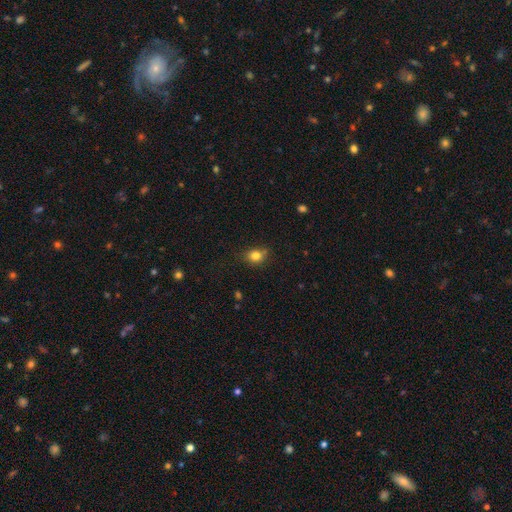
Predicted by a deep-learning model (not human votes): A smooth galaxy with no disk features (82%) that is round (61%). Merging: none (73%).